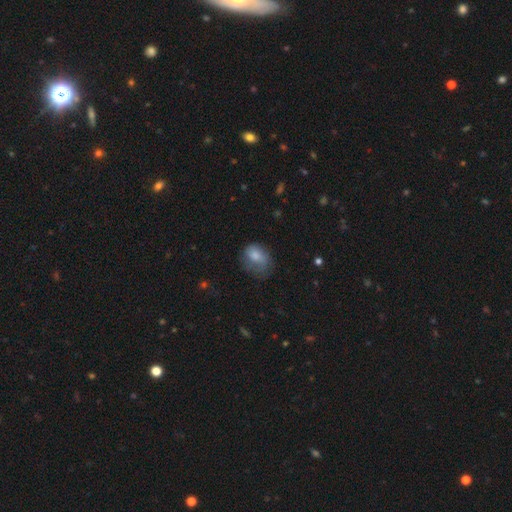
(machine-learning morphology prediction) Overall: smooth (73%). How rounded: in between (62%; round 37%). Merging: none (40%; minor disturbance 32%).